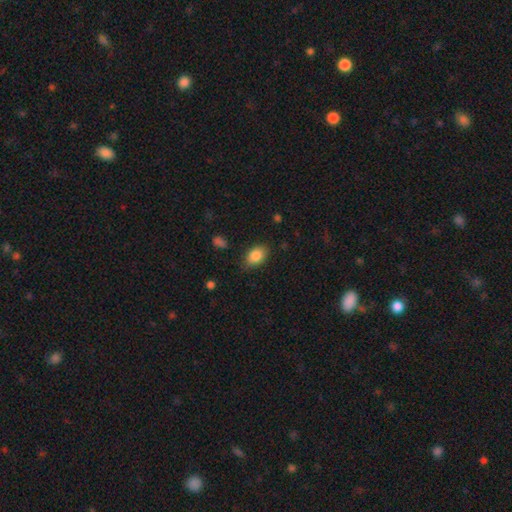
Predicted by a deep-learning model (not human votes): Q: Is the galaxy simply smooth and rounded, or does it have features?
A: smooth — 86%.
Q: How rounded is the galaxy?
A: in between — 83%.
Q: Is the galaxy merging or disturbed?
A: none — 80%.